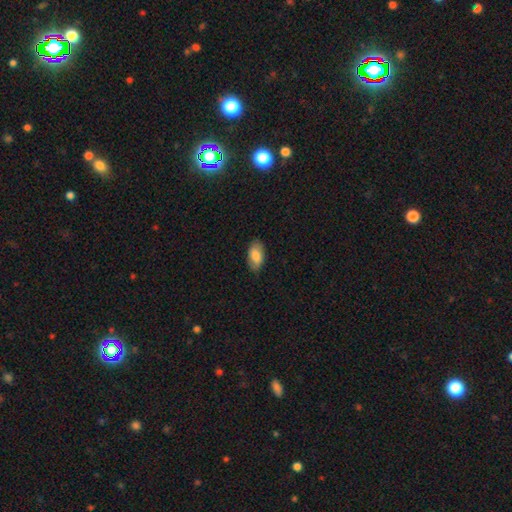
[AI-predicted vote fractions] Smooth or featured? Predicted: smooth (p=0.80). How rounded? Predicted: in between (p=0.93). Merging? Predicted: none (p=0.84).